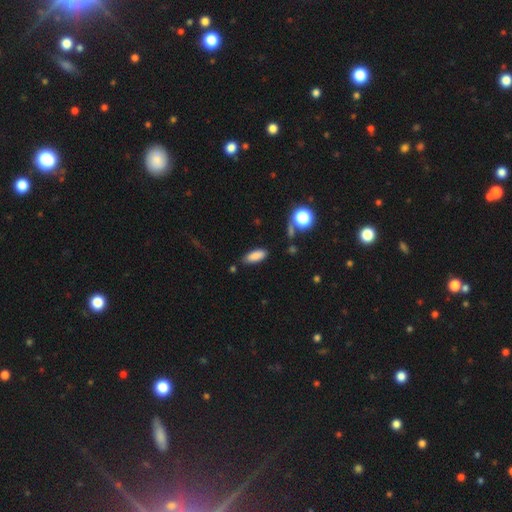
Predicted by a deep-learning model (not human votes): Q: Smooth or featured?
A: smooth (84%); runner-up: star or artifact (9%)
Q: How rounded?
A: in between (79%); runner-up: cigar-shaped (19%)
Q: Merging?
A: none (81%); runner-up: minor disturbance (13%)